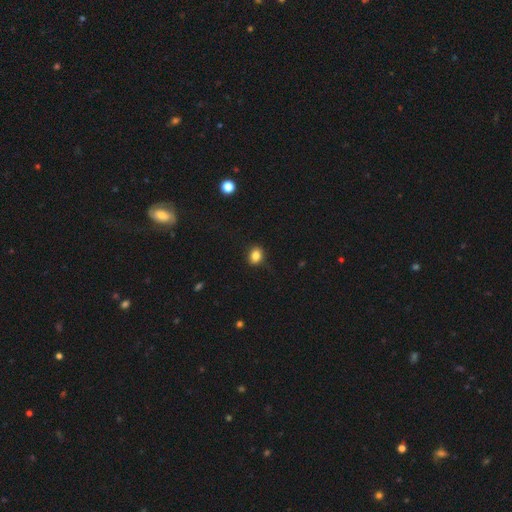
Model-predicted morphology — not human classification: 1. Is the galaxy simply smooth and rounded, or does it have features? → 84% smooth, 11% star or artifact, 5% featured or disk.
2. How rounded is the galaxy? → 50% round, 49% in between, 1% cigar-shaped.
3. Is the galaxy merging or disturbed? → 85% none, 11% minor disturbance, 2% major disturbance, 1% merger.